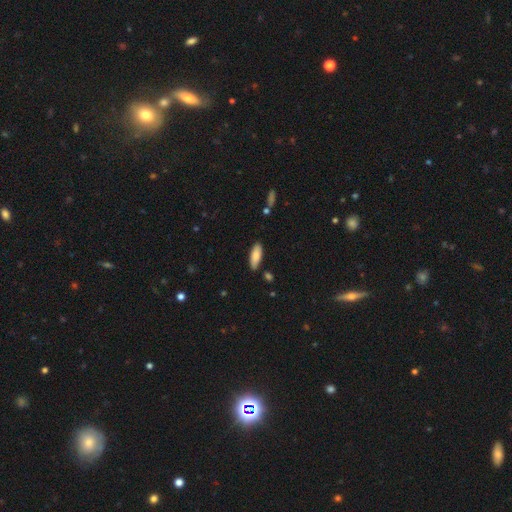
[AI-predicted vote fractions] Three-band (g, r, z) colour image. It shows a smooth galaxy with no disk features (85%) that is in between round and cigar-shaped (69%). Merging: none (84%).